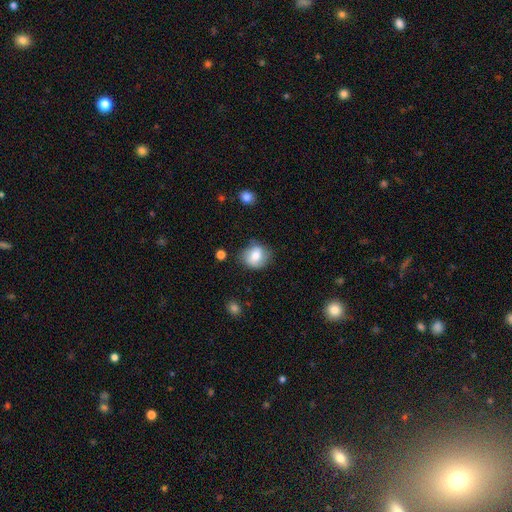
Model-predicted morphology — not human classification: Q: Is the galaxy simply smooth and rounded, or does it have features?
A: smooth — 75%.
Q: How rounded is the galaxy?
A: round — 69%.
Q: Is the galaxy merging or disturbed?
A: none — 71%.